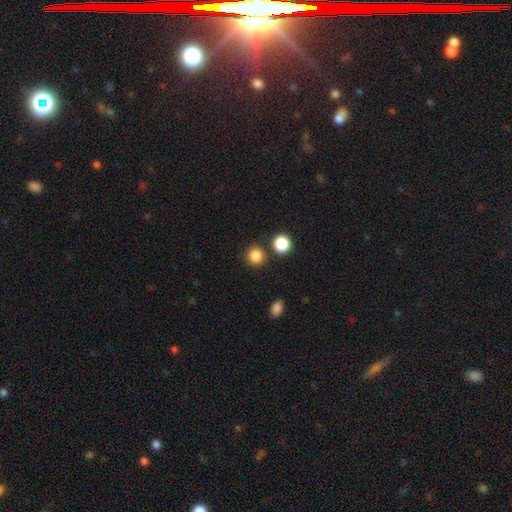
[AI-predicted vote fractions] Q: Smooth or featured?
A: smooth (85%); runner-up: star or artifact (12%)
Q: How rounded?
A: round (92%); runner-up: in between (7%)
Q: Merging?
A: none (84%); runner-up: minor disturbance (7%)